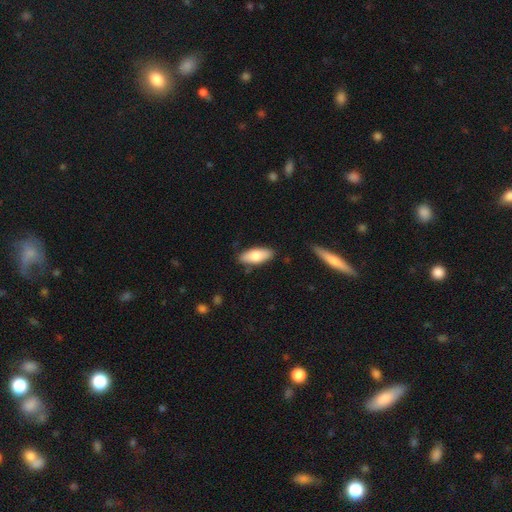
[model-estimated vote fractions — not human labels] Smooth or featured?
  - smooth: 75% *
  - featured or disk: 19%
  - star or artifact: 6%
How rounded?
  - in between: 79% *
  - cigar-shaped: 19%
  - round: 2%
Merging?
  - none: 85% *
  - minor disturbance: 11%
  - major disturbance: 2%
  - merger: 2%